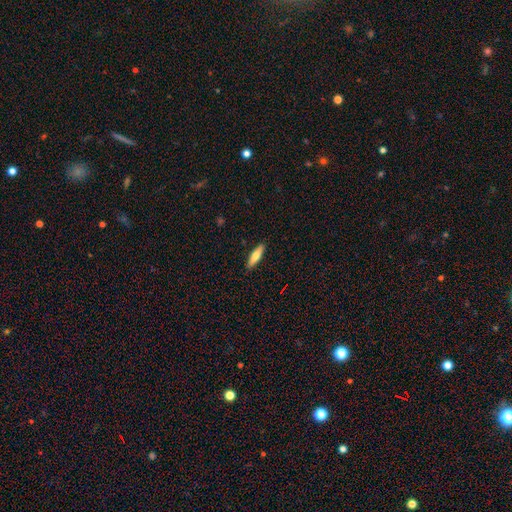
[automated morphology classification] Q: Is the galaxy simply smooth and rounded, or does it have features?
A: smooth — 68%.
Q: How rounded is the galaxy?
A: cigar-shaped — 64%.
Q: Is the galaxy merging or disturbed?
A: none — 90%.